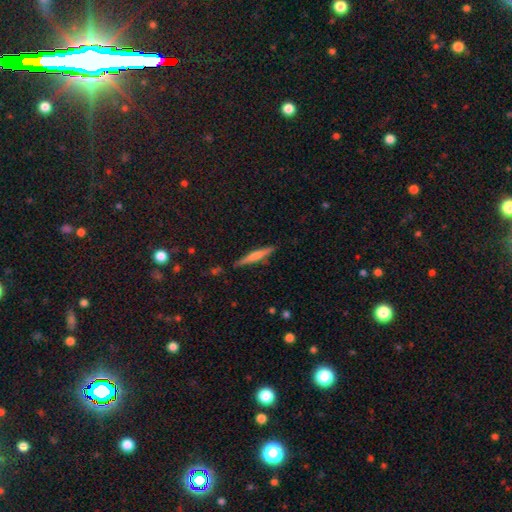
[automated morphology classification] type=smooth (49%); merging=none (87%).